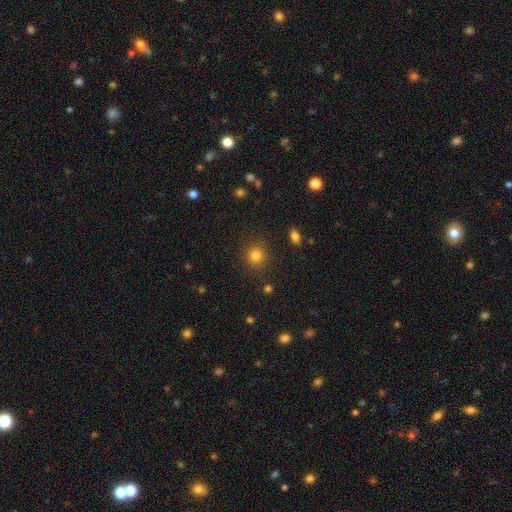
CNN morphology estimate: smooth 81%, star or artifact 13%, featured or disk 6%. Down the decision tree: how rounded — round (88%); merging — none (88%).